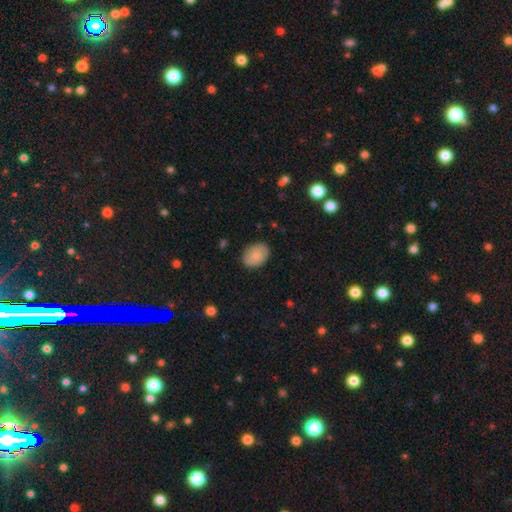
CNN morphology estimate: smooth 81%, featured or disk 13%, star or artifact 7%. Down the decision tree: how rounded — in between (75%); merging — none (84%).